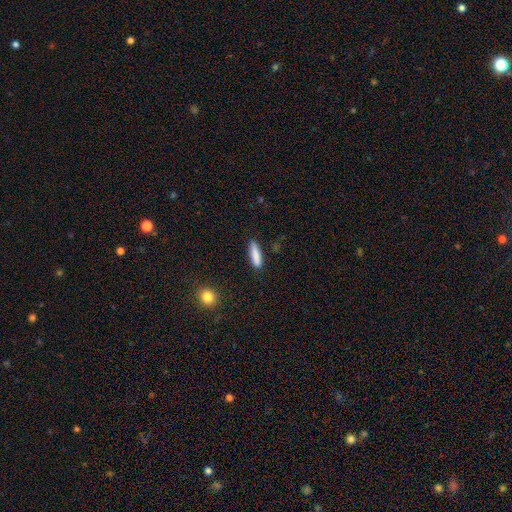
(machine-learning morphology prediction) smooth_or_featured: smooth (p=0.84) [alt: featured or disk p=0.09]
how_rounded: cigar-shaped (p=0.79) [alt: in between p=0.19]
merging: none (p=0.87) [alt: minor disturbance p=0.10]